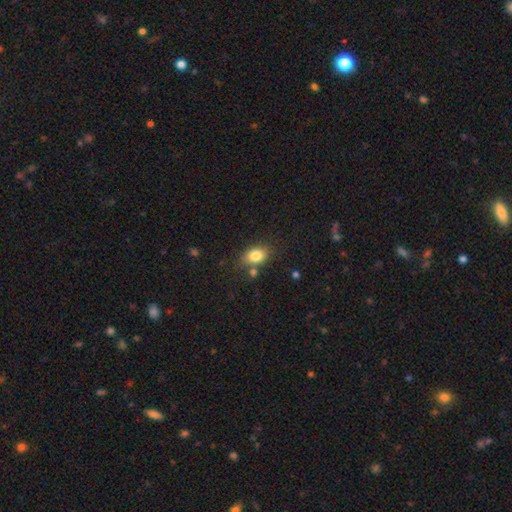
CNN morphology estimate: Smooth or featured? Predicted: smooth (p=0.82). How rounded? Predicted: in between (p=0.75). Merging? Predicted: none (p=0.72).